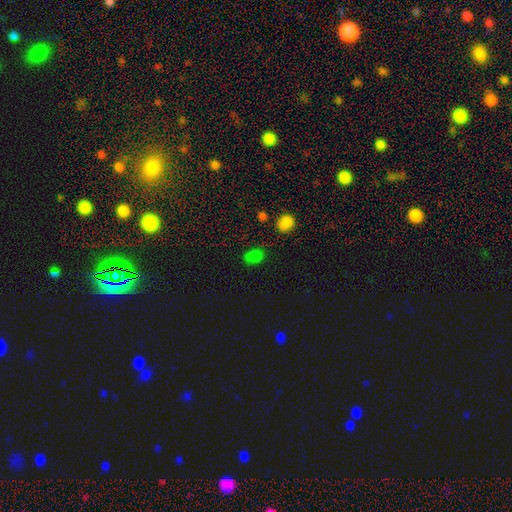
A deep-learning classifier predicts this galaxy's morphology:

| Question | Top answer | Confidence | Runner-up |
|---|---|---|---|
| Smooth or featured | smooth | 71% | star or artifact (25%) |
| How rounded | in between | 71% | round (27%) |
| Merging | none | 76% | minor disturbance (15%) |